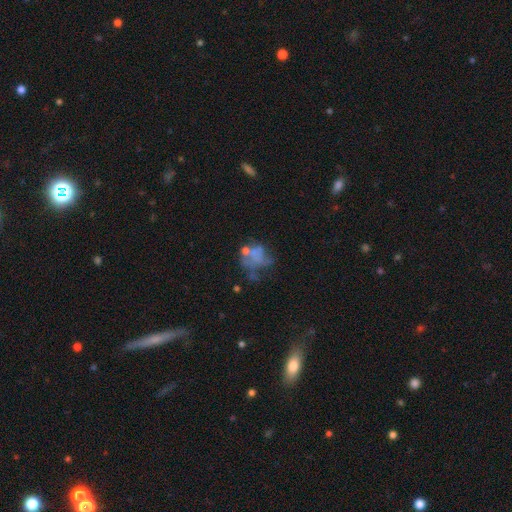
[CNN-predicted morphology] Smooth or featured? featured or disk (49%)
Merging? major disturbance (35%)